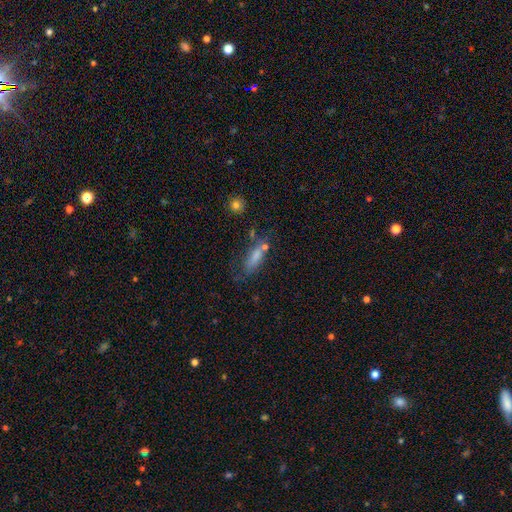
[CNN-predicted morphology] This is likely a smooth galaxy (62%). How rounded: possibly in between (49%). Merging: possibly none (52%).